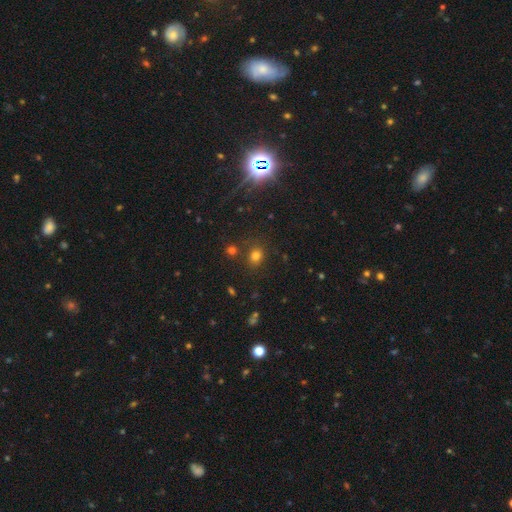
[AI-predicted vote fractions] Smooth or featured? smooth (72%)
How rounded? round (67%)
Merging? none (74%)